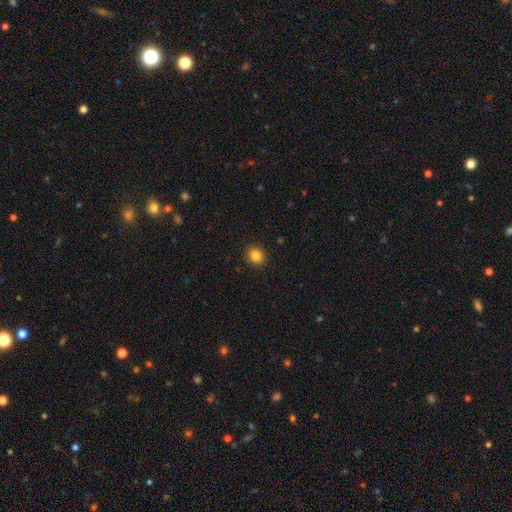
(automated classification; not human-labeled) A smooth galaxy with no disk features (85%) that is round (85%).

Vote fractions:
- Smooth or featured? smooth: 85% / star or artifact: 11% / featured or disk: 4%
- How rounded? round: 85% / in between: 15% / cigar-shaped: 1%
- Merging? none: 92% / minor disturbance: 6% / major disturbance: 2% / merger: 1%